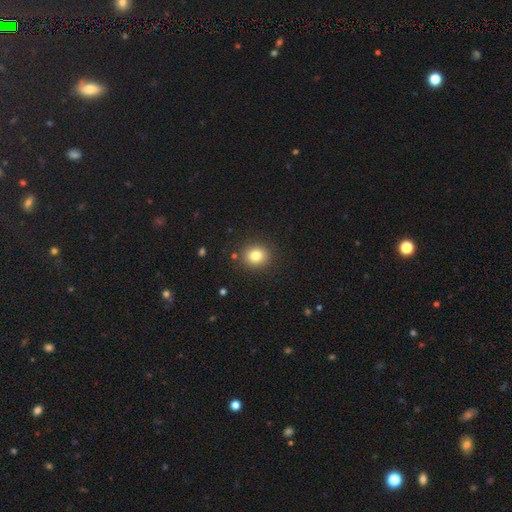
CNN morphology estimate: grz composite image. It shows a smooth galaxy with no disk features (81%) that is round (78%). Merging: none (89%).